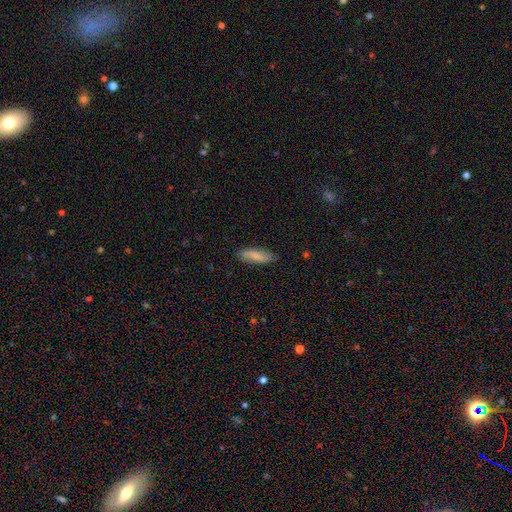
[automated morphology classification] This is likely a smooth galaxy (72%). How rounded: possibly in between (55%). Merging: clearly none (83%).